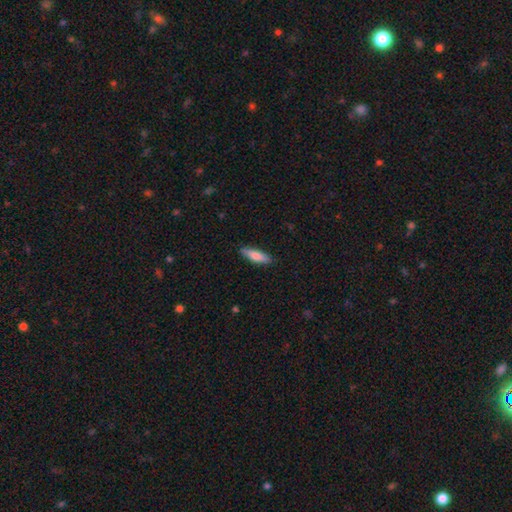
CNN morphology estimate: Smooth or featured: smooth — 75% (featured or disk — 20%)
How rounded: cigar-shaped — 63% (in between — 35%)
Merging: none — 87% (minor disturbance — 10%)